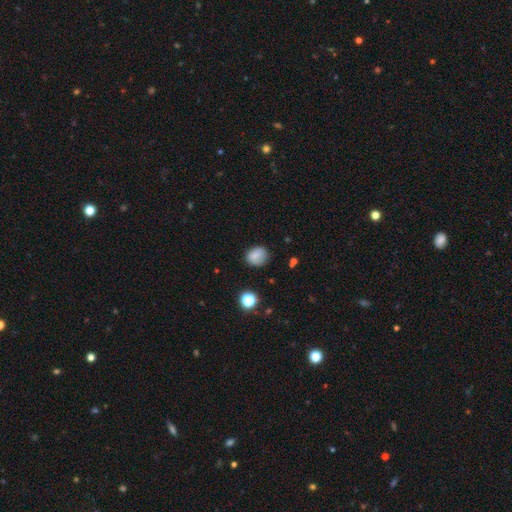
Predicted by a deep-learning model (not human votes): Q: Smooth or featured?
A: smooth (80%); runner-up: star or artifact (11%)
Q: How rounded?
A: round (67%); runner-up: in between (32%)
Q: Merging?
A: none (73%); runner-up: minor disturbance (20%)